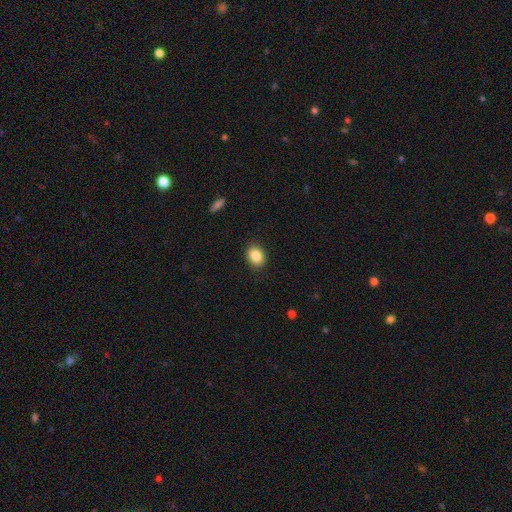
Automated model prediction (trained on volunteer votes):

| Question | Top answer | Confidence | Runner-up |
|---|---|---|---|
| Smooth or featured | smooth | 86% | star or artifact (9%) |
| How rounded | in between | 58% | round (41%) |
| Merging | none | 88% | minor disturbance (9%) |